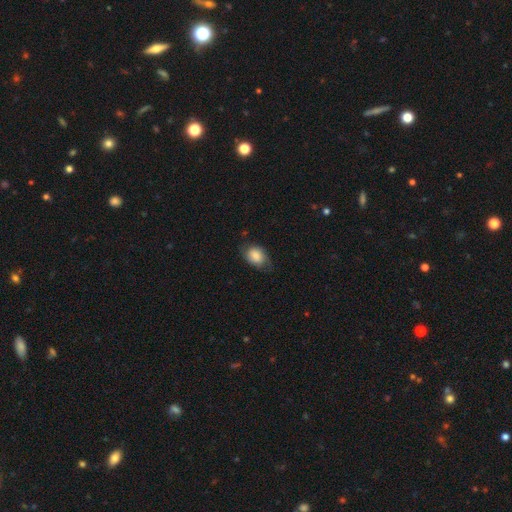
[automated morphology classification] type=smooth (79%); roundness=in between (77%); merging=none (61%).